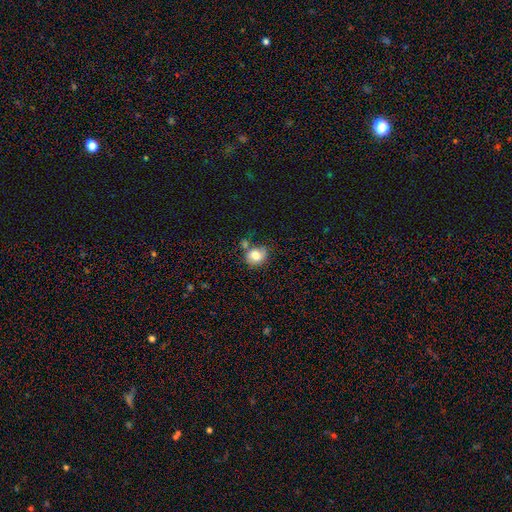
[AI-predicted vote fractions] Overall: smooth (77%). How rounded: round (63%; in between 36%). Merging: none (51%; minor disturbance 24%).